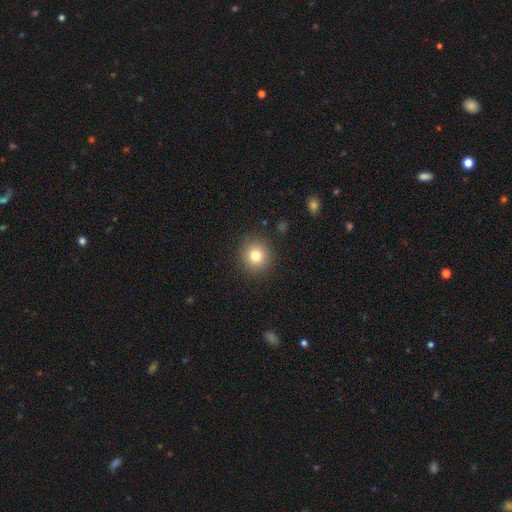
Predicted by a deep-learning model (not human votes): A smooth galaxy with no disk features (81%) that is round (91%).

Vote fractions:
- Smooth or featured? smooth: 81% / star or artifact: 11% / featured or disk: 8%
- How rounded? round: 91% / in between: 8% / cigar-shaped: 1%
- Merging? none: 89% / minor disturbance: 7% / major disturbance: 3% / merger: 1%